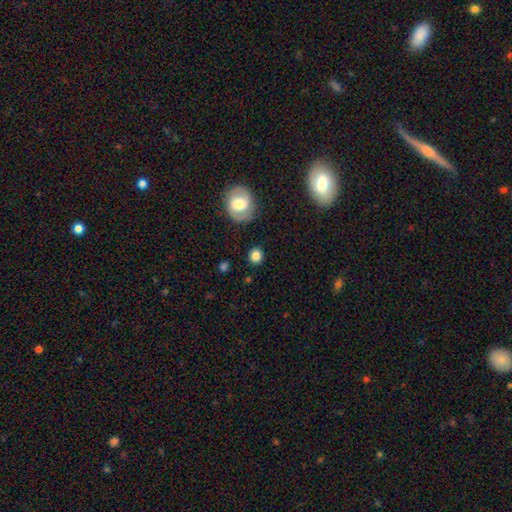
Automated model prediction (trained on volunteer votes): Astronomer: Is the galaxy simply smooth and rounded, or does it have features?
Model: smooth — 83%.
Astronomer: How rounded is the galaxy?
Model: round — 86%.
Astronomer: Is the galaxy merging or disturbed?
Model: none — 86%.